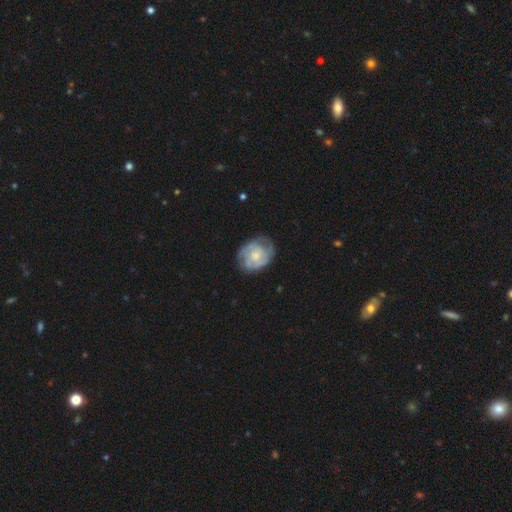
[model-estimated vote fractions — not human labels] Overall: featured or disk (65%; smooth 29%). Edge-on disk: no (97%). Bar: no (78%). Spiral arms: yes (77%). Bulge size: small (43%; moderate 42%). Merging: none (68%).